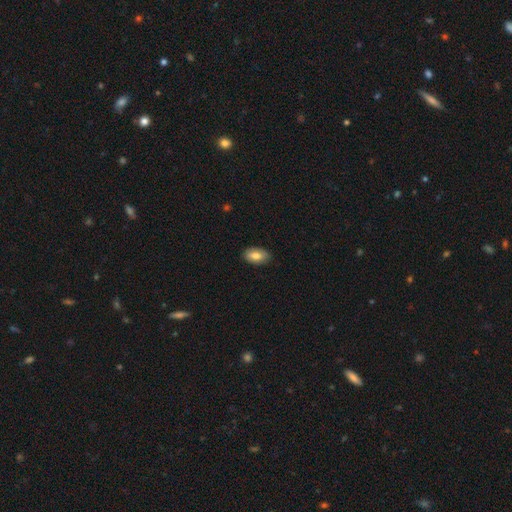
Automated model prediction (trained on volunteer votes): This is likely a smooth galaxy (79%). How rounded: clearly in between (93%). Merging: clearly none (86%).